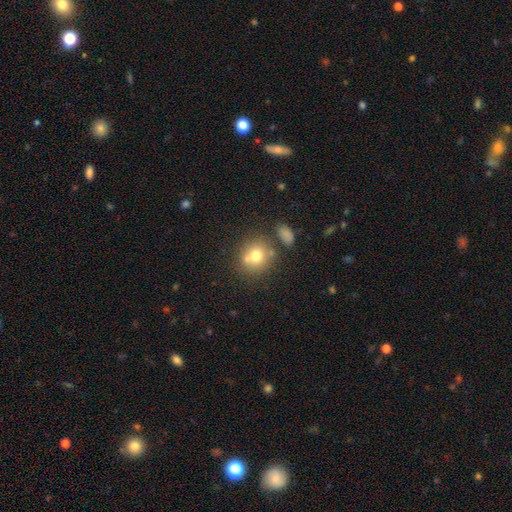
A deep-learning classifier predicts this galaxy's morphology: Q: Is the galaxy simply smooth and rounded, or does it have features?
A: smooth — 71%.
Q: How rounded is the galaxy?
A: round — 83%.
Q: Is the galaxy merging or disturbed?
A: none — 63%.